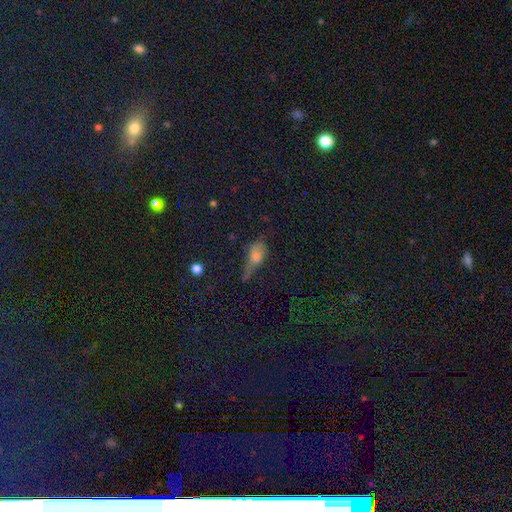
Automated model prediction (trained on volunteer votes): Smooth or featured?
  - smooth: 60% *
  - featured or disk: 20%
  - star or artifact: 19%
How rounded?
  - in between: 64% *
  - cigar-shaped: 22%
  - round: 14%
Merging?
  - none: 37% *
  - minor disturbance: 34%
  - major disturbance: 23%
  - merger: 6%